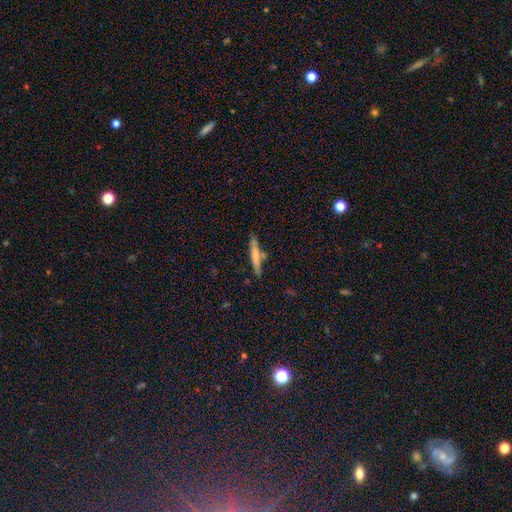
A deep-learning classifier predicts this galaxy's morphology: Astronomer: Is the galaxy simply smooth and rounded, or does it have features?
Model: smooth — 62%.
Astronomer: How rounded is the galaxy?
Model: cigar-shaped — 92%.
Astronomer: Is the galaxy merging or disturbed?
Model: none — 75%.